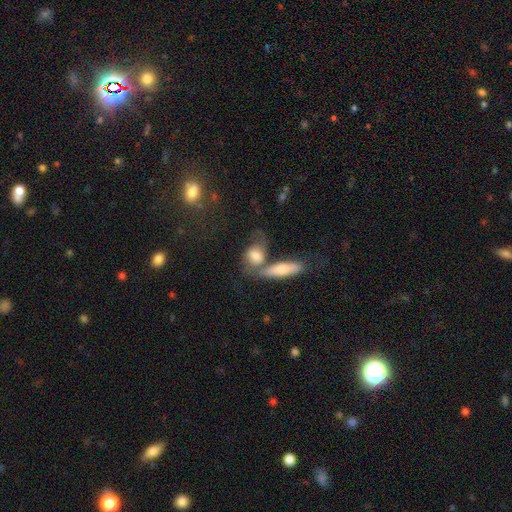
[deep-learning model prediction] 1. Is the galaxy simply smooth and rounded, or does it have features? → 61% smooth, 31% featured or disk, 8% star or artifact.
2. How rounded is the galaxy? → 64% in between, 23% round, 13% cigar-shaped.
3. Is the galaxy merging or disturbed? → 44% merger, 31% none, 14% minor disturbance, 11% major disturbance.